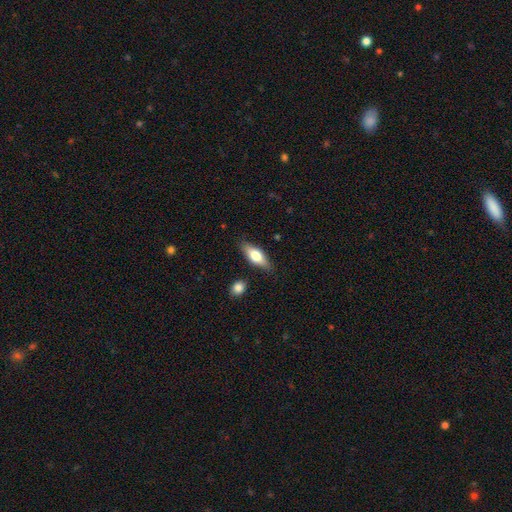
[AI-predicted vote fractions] This is likely a smooth galaxy (62%). How rounded: likely in between (70%). Merging: clearly none (83%).